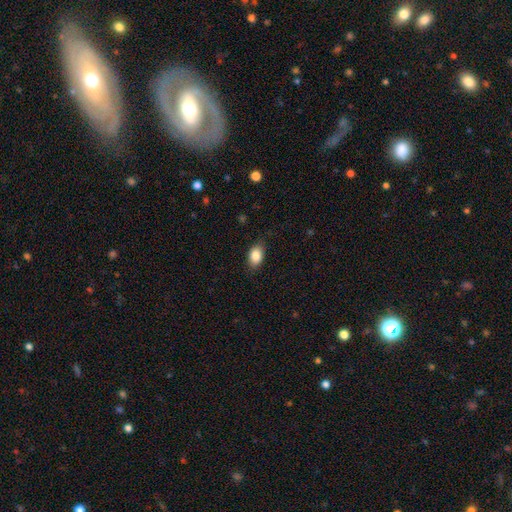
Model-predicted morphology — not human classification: type=smooth (85%); roundness=in between (86%); merging=none (82%).